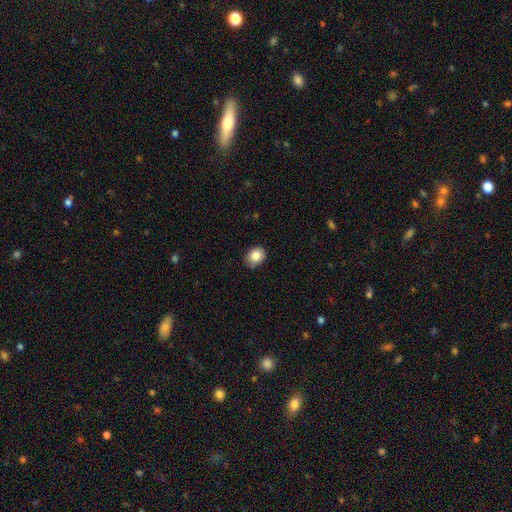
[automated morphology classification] This appears to be a smooth galaxy with no disk features (86%) that is round (58%). Merging: none (80%).